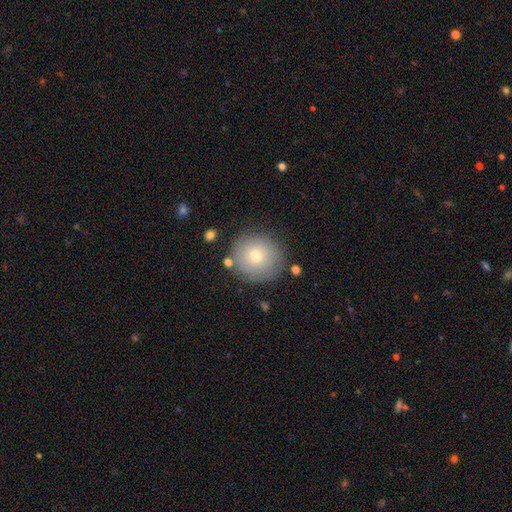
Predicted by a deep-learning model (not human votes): Smooth or featured: smooth — 72% (featured or disk — 19%)
How rounded: round — 93% (in between — 6%)
Merging: none — 83% (minor disturbance — 11%)